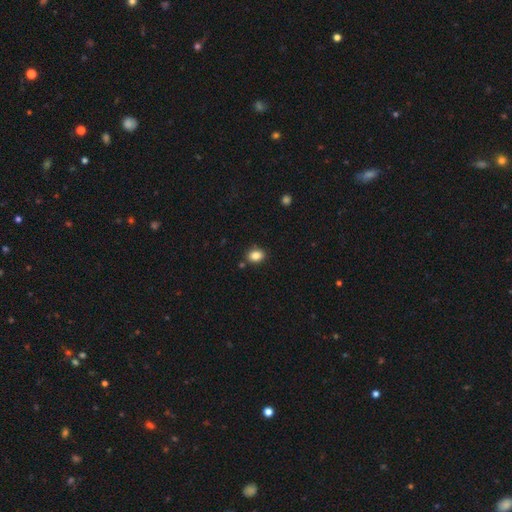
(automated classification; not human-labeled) This appears to be a smooth galaxy with no disk features (85%) that is in between round and cigar-shaped (58%). Merging: none (84%).